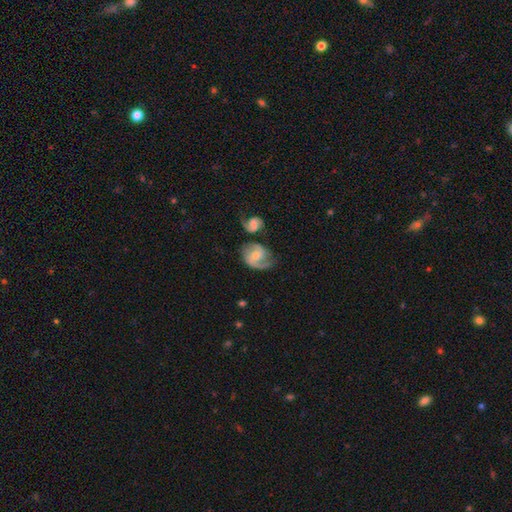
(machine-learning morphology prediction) This is clearly a featured or disk galaxy (81%). It is clearly not viewed edge-on (98%). Bar: possibly no (53%). Spiral arm pattern: clearly yes (95%). Spiral arm count: likely 2 (77%). Spiral winding: possibly medium (51%). Central bulge: possibly moderate (50%). Merging: possibly none (47%).